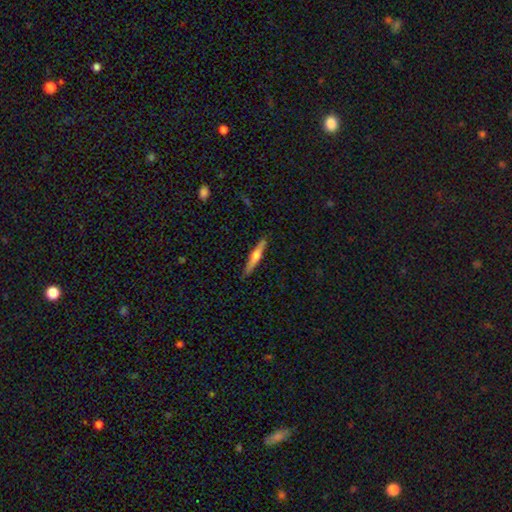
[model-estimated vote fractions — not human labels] The model was most divided on "smooth or featured": featured or disk: 57%, smooth: 37%, star or artifact: 6%. More confident: edge-on disk — yes (97%); merging — none (90%); edge-on bulge — rounded (90%).